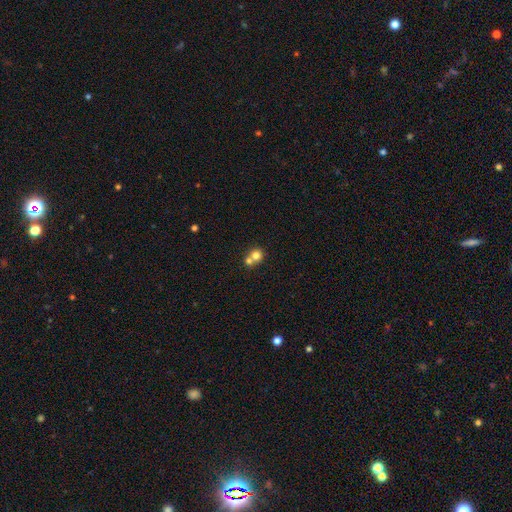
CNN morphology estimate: Smooth or featured?
  - smooth: 76% *
  - featured or disk: 13%
  - star or artifact: 11%
How rounded?
  - round: 85% *
  - in between: 14%
  - cigar-shaped: 1%
Merging?
  - merger: 53% *
  - none: 40%
  - minor disturbance: 5%
  - major disturbance: 2%